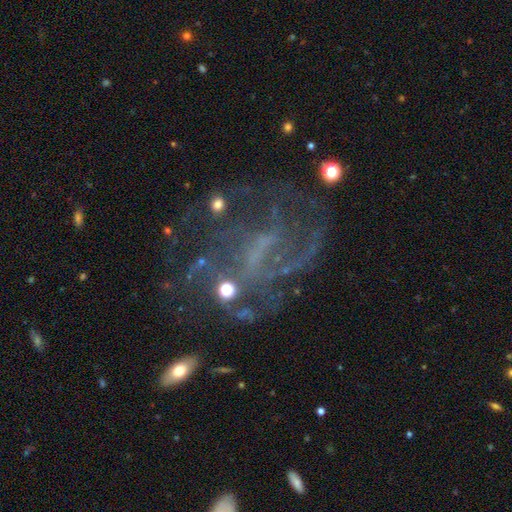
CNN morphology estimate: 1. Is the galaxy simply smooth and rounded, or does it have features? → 74% featured or disk, 15% star or artifact, 10% smooth.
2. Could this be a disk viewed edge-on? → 97% no, 3% yes.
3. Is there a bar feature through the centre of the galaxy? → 44% no, 39% weak, 17% strong.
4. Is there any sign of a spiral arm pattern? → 74% yes, 26% no.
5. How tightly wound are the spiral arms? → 39% medium, 32% loose, 29% tight.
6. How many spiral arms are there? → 41% can't tell, 19% 2, 15% 3, 11% 1, 8% 4, 6% more than 4.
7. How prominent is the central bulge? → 50% none, 35% small, 12% moderate, 2% large, 1% dominant.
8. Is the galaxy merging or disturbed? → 47% none, 30% major disturbance, 18% minor disturbance, 5% merger.